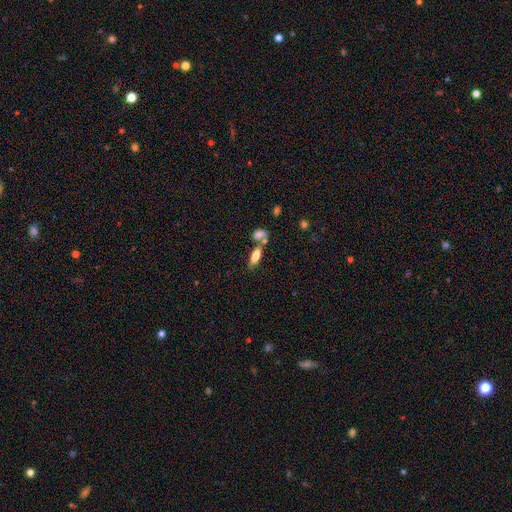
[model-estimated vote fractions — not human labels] smooth_or_featured: smooth (p=0.77) [alt: featured or disk p=0.16]
how_rounded: in between (p=0.71) [alt: cigar-shaped p=0.26]
merging: none (p=0.54) [alt: merger p=0.29]